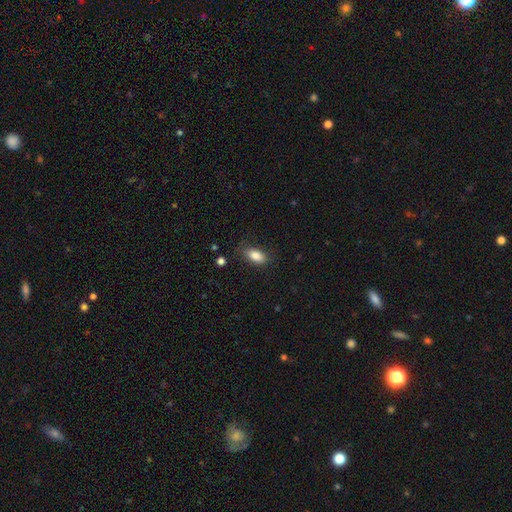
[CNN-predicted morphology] smooth_or_featured: smooth (p=0.84) [alt: featured or disk p=0.08]
how_rounded: in between (p=0.88) [alt: cigar-shaped p=0.07]
merging: none (p=0.78) [alt: minor disturbance p=0.17]